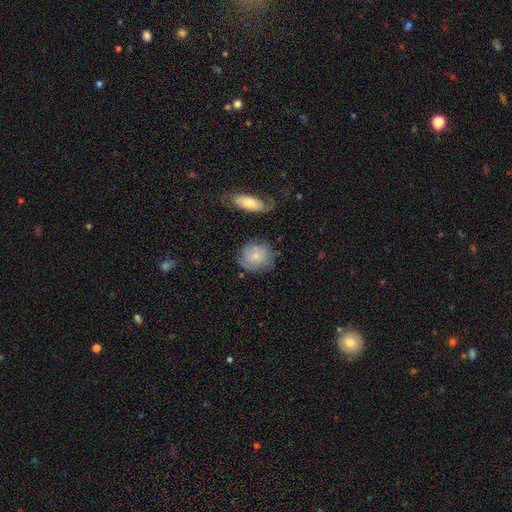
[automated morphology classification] Smooth or featured? smooth (66%)
How rounded? round (74%)
Merging? none (65%)